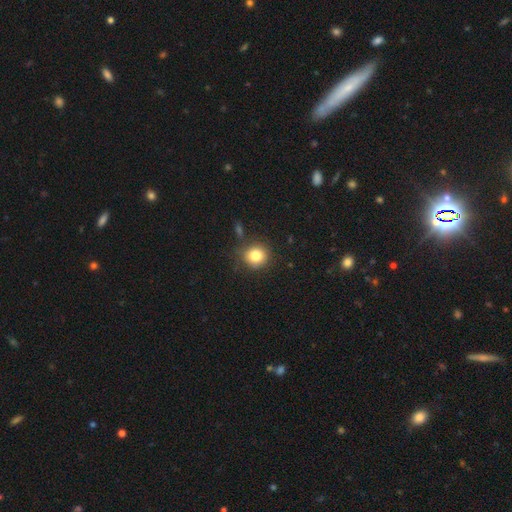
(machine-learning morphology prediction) smooth-or-featured: smooth: 82% | star or artifact: 11% | featured or disk: 7%
  how-rounded: round: 88% | in between: 11% | cigar-shaped: 1%
  merging: none: 81% | minor disturbance: 11% | merger: 4% | major disturbance: 4%